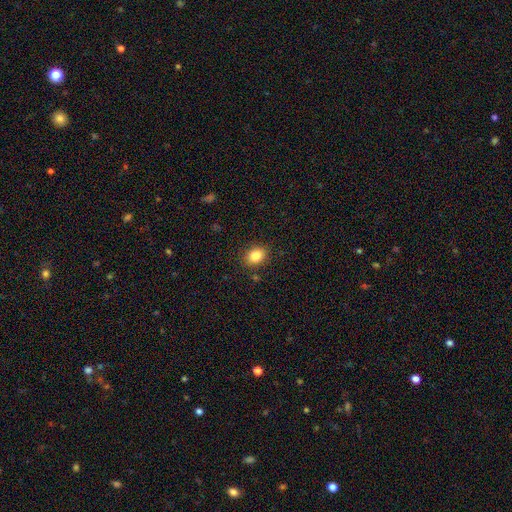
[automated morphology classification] A smooth galaxy with no disk features (84%) that is in between round and cigar-shaped (60%). Merging: none (87%).